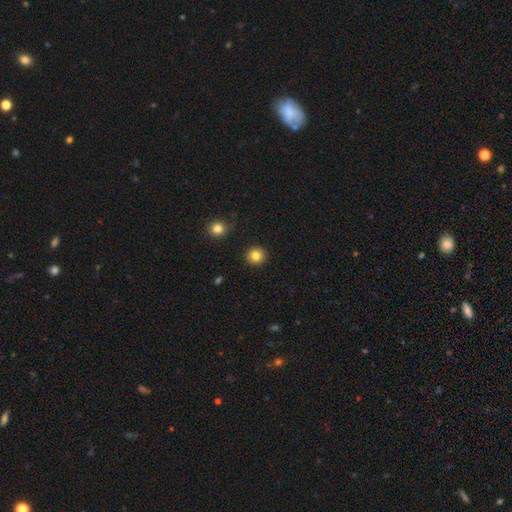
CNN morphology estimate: type=smooth (83%); roundness=round (89%); merging=none (92%).